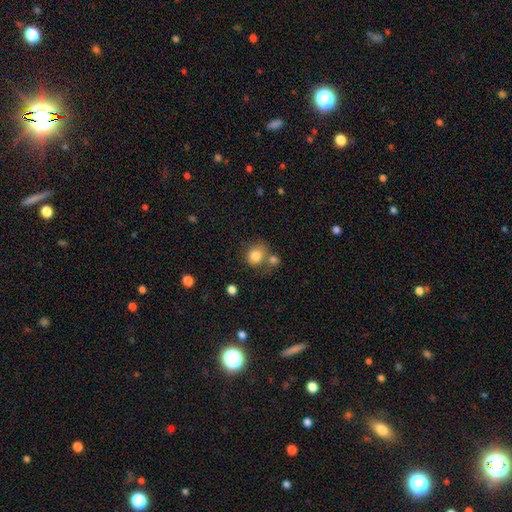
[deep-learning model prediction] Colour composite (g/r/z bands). It shows a smooth galaxy with no disk features (82%) that is round (78%). Merging: none (52%).